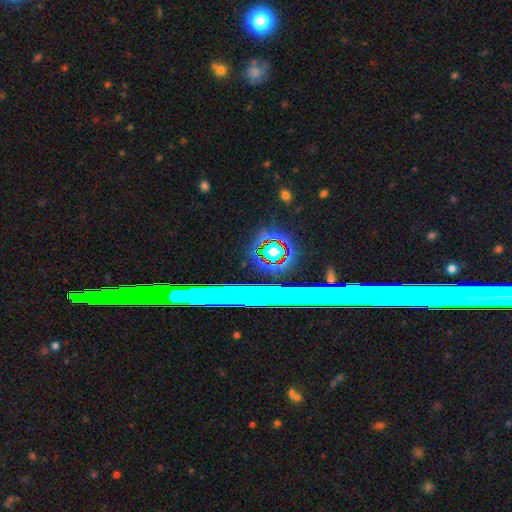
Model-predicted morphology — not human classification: star or artifact 71%, featured or disk 16%, smooth 12%.